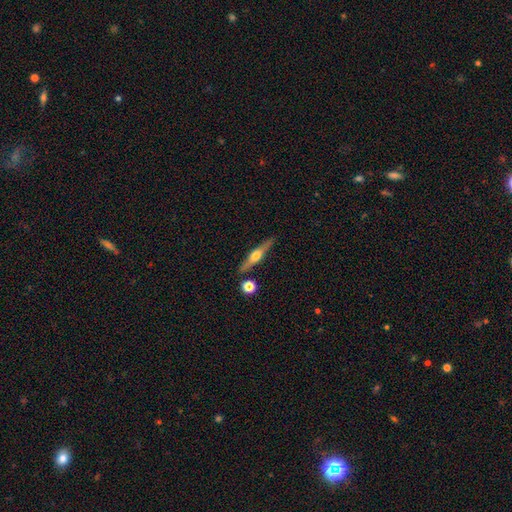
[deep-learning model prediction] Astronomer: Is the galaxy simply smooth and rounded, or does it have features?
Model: featured or disk — 65%.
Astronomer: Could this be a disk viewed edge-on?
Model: yes — 96%.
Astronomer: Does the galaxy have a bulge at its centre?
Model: rounded — 93%.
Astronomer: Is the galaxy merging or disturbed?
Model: none — 83%.